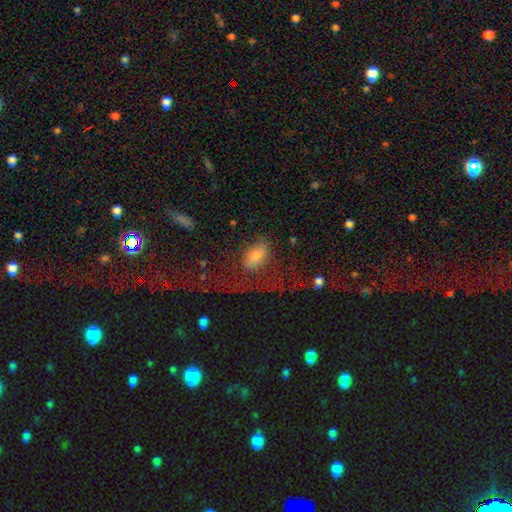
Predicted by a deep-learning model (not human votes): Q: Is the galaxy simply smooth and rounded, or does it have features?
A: smooth — 58%.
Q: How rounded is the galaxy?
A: in between — 88%.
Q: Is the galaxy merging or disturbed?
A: major disturbance — 47%.